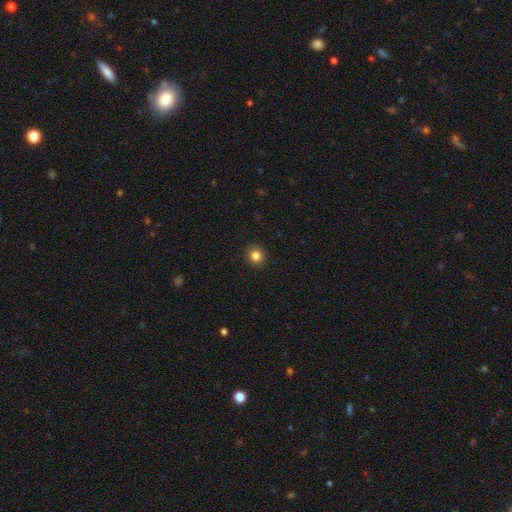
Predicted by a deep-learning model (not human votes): Q: Smooth or featured?
A: smooth (84%); runner-up: star or artifact (11%)
Q: How rounded?
A: round (85%); runner-up: in between (14%)
Q: Merging?
A: none (91%); runner-up: minor disturbance (6%)